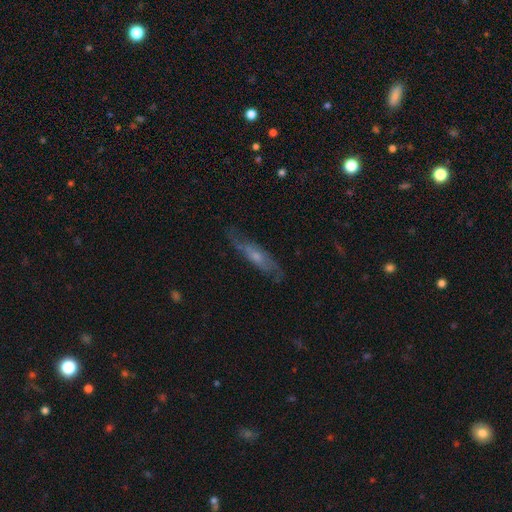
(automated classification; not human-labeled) Q: Smooth or featured?
A: featured or disk (59%); runner-up: smooth (33%)
Q: Edge-on disk?
A: no (56%); runner-up: yes (44%)
Q: Merging?
A: none (68%); runner-up: minor disturbance (21%)